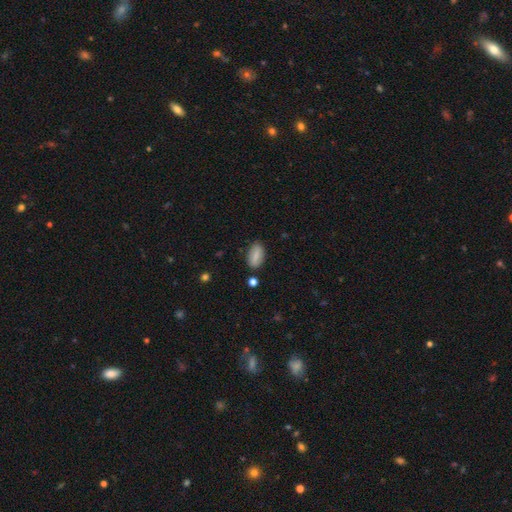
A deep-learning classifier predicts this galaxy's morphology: Q: Smooth or featured?
A: smooth (79%); runner-up: featured or disk (14%)
Q: How rounded?
A: in between (89%); runner-up: cigar-shaped (7%)
Q: Merging?
A: none (82%); runner-up: minor disturbance (13%)